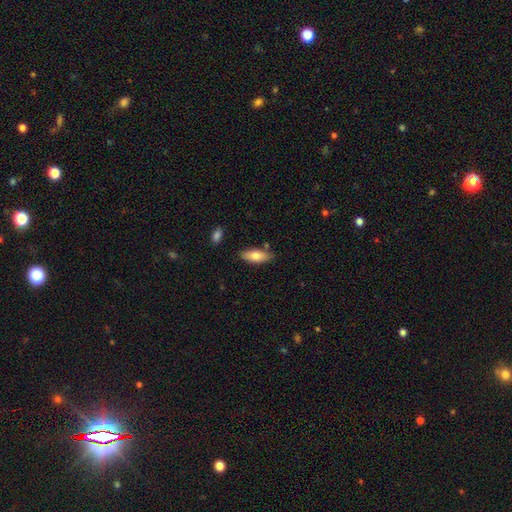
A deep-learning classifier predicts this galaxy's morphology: Smooth or featured? smooth (78%)
How rounded? in between (77%)
Merging? none (77%)